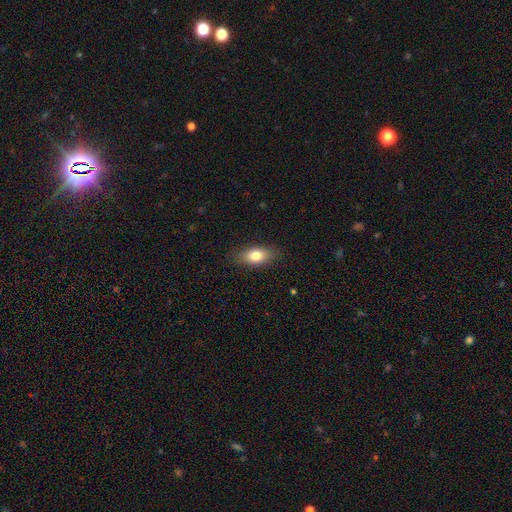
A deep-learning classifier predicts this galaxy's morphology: This appears to be a smooth galaxy with no disk features (79%) that is in between round and cigar-shaped (84%). Merging: none (85%).